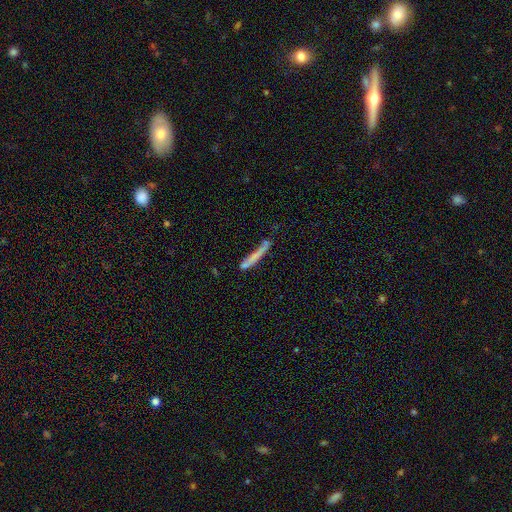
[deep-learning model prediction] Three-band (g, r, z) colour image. It shows a smooth galaxy with no disk features (65%) that is cigar-shaped (93%). Merging: none (54%).